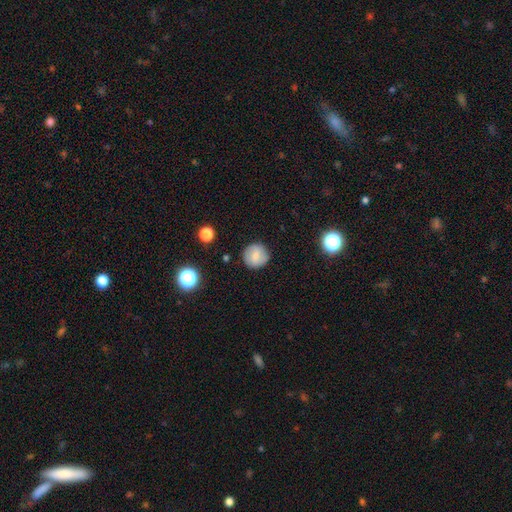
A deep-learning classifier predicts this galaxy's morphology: This appears to be a smooth galaxy with no disk features (75%) that is round (93%). Merging: none (87%).